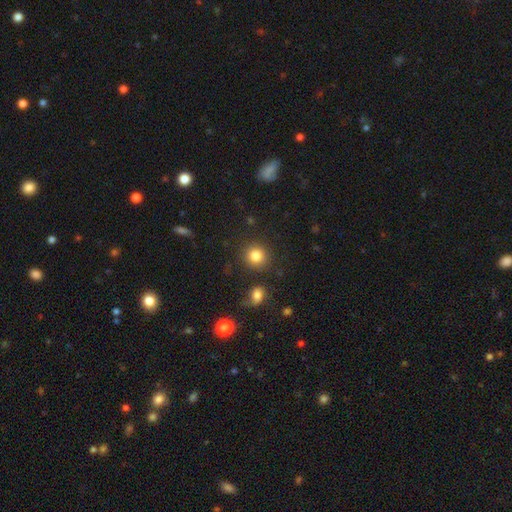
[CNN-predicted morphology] A smooth galaxy with no disk features (84%) that is round (89%).

Vote fractions:
- Smooth or featured? smooth: 84% / star or artifact: 11% / featured or disk: 5%
- How rounded? round: 89% / in between: 10% / cigar-shaped: 1%
- Merging? none: 85% / minor disturbance: 8% / merger: 4% / major disturbance: 3%